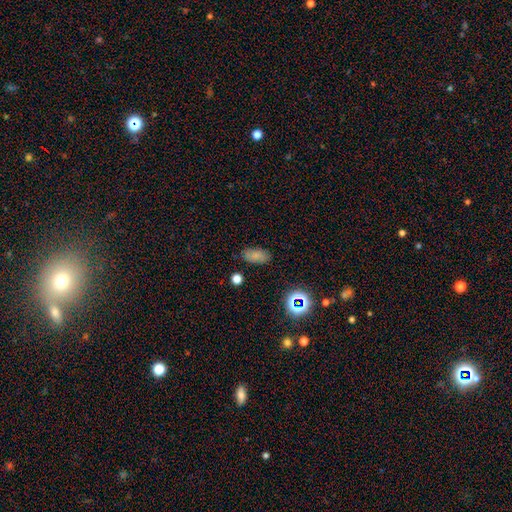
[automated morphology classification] Smooth or featured?
  - smooth: 76% *
  - star or artifact: 15%
  - featured or disk: 9%
How rounded?
  - in between: 91% *
  - round: 5%
  - cigar-shaped: 4%
Merging?
  - none: 84% *
  - minor disturbance: 12%
  - major disturbance: 3%
  - merger: 2%